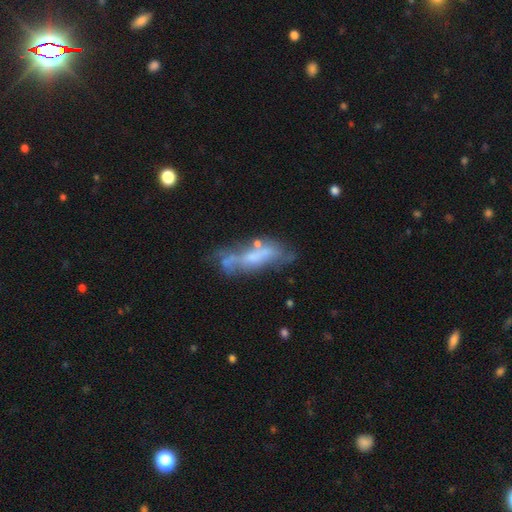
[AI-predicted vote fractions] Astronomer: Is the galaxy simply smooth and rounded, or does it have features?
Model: featured or disk — 56% (runner-up: smooth, 34%).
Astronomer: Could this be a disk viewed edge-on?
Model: no — 69%.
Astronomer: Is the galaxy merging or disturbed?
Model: none — 40% (runner-up: minor disturbance, 25%).